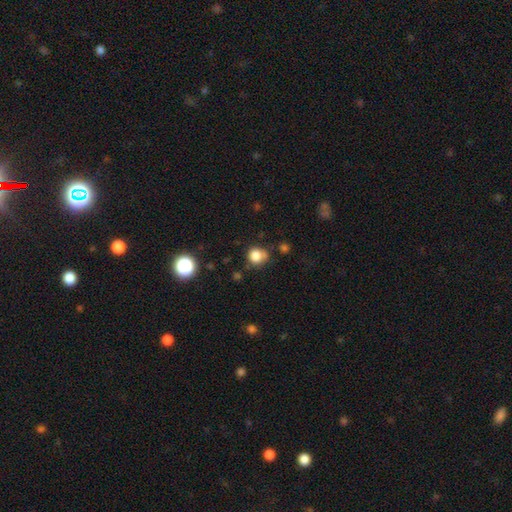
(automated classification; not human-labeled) Overall: smooth (81%). How rounded: round (82%). Merging: none (62%; minor disturbance 24%).